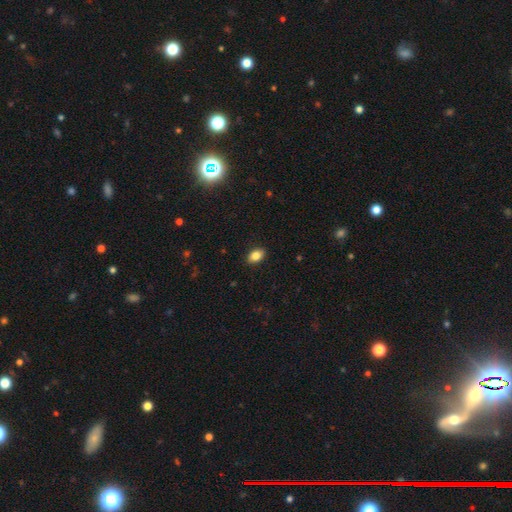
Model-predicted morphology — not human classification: This is clearly a smooth galaxy (85%). How rounded: clearly in between (85%). Merging: clearly none (90%).